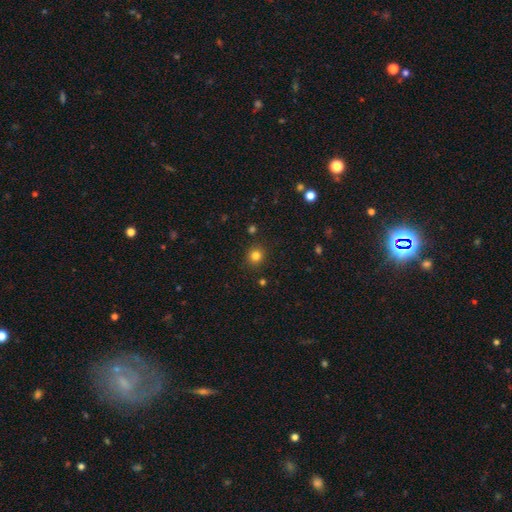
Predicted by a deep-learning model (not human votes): Smooth or featured?
  - smooth: 81% *
  - star or artifact: 13%
  - featured or disk: 5%
How rounded?
  - round: 89% *
  - in between: 10%
  - cigar-shaped: 1%
Merging?
  - none: 89% *
  - minor disturbance: 7%
  - major disturbance: 2%
  - merger: 2%